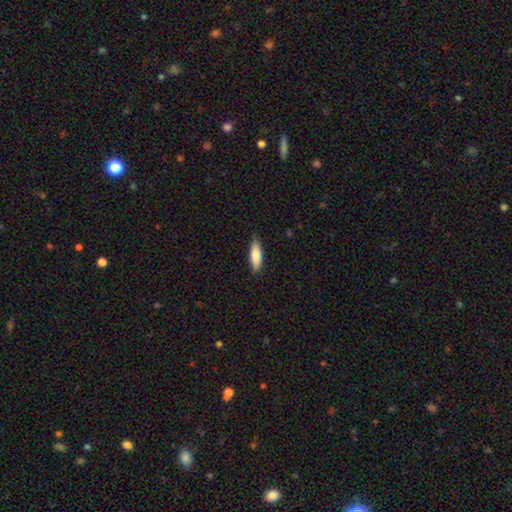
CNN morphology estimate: Overall: smooth (82%). How rounded: in between (54%; cigar-shaped 44%). Merging: none (85%).